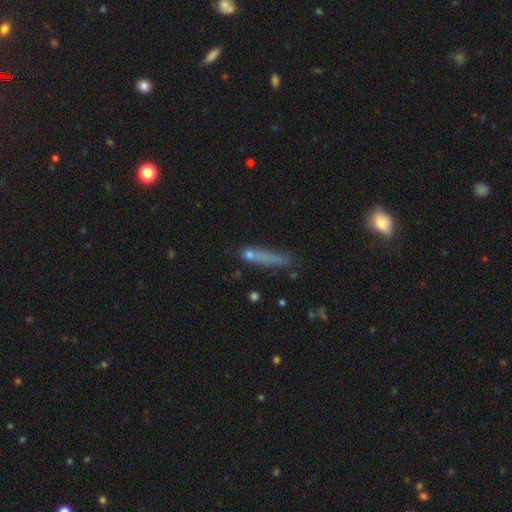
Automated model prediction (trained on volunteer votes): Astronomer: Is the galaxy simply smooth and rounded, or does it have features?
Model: smooth — 67%.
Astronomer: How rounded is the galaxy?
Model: cigar-shaped — 84%.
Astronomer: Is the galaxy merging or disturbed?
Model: none — 55%.